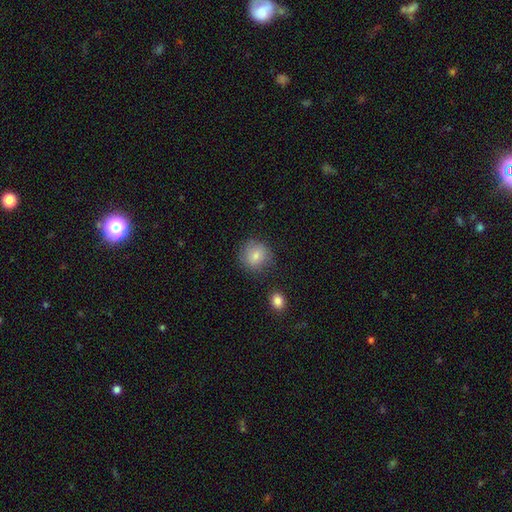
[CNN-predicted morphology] smooth-or-featured: smooth: 79% | featured or disk: 11% | star or artifact: 9%
  how-rounded: round: 86% | in between: 13% | cigar-shaped: 1%
  merging: none: 77% | minor disturbance: 15% | major disturbance: 5% | merger: 3%